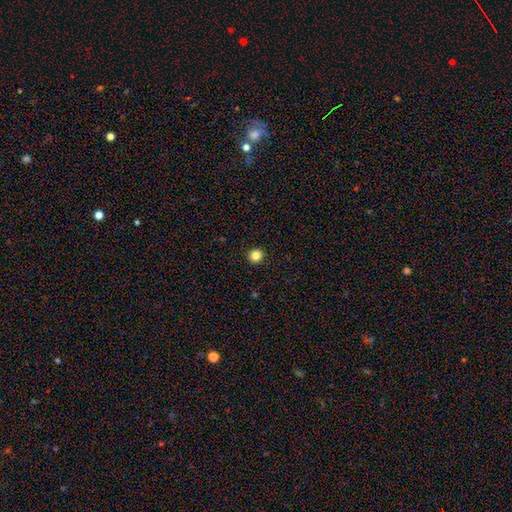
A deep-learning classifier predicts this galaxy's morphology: Smooth or featured?
  - smooth: 84% *
  - star or artifact: 12%
  - featured or disk: 4%
How rounded?
  - round: 92% *
  - in between: 7%
  - cigar-shaped: 1%
Merging?
  - none: 93% *
  - minor disturbance: 4%
  - major disturbance: 1%
  - merger: 1%